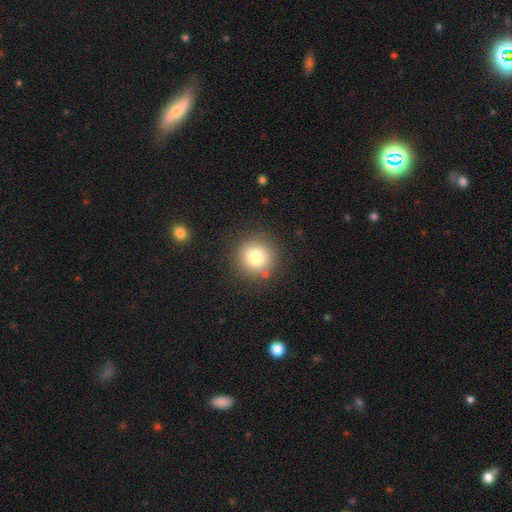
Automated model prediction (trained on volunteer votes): Overall: smooth (78%). How rounded: round (95%). Merging: none (88%).